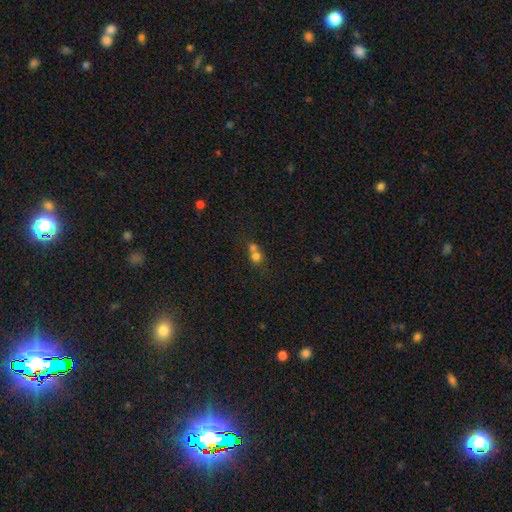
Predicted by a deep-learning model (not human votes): Smooth or featured? smooth (73%)
How rounded? round (81%)
Merging? merger (63%)